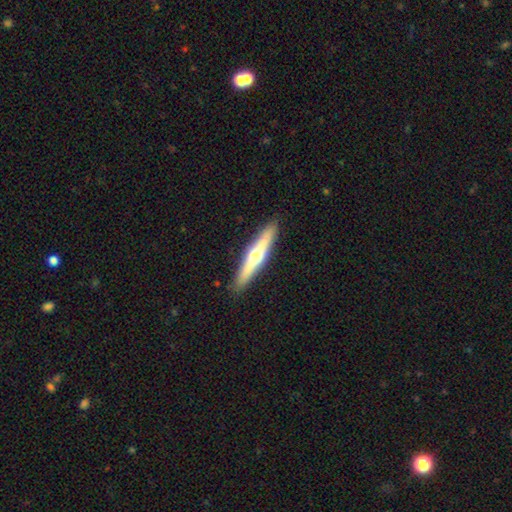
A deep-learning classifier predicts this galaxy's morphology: smooth-or-featured: featured or disk: 57% | smooth: 38% | star or artifact: 5%
  disk-edge-on: yes: 96% | no: 4%
    edge-on-bulge: rounded: 91% | none: 6% | boxy: 3%
  merging: none: 91% | minor disturbance: 7% | major disturbance: 1% | merger: 1%